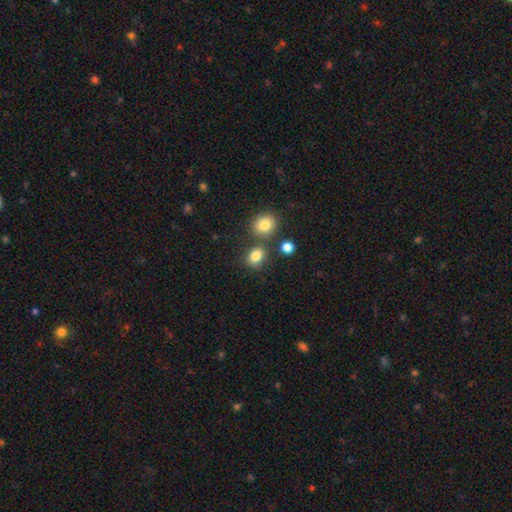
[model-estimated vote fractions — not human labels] Q: Smooth or featured?
A: smooth (82%); runner-up: star or artifact (12%)
Q: How rounded?
A: in between (50%); runner-up: round (49%)
Q: Merging?
A: none (69%); runner-up: merger (15%)